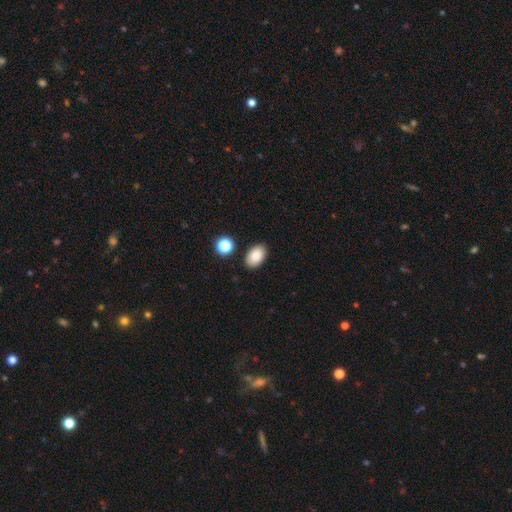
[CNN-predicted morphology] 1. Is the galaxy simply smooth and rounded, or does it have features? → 87% smooth, 8% star or artifact, 5% featured or disk.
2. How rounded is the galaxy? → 91% in between, 8% round, 1% cigar-shaped.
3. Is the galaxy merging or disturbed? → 86% none, 9% minor disturbance, 3% merger, 2% major disturbance.